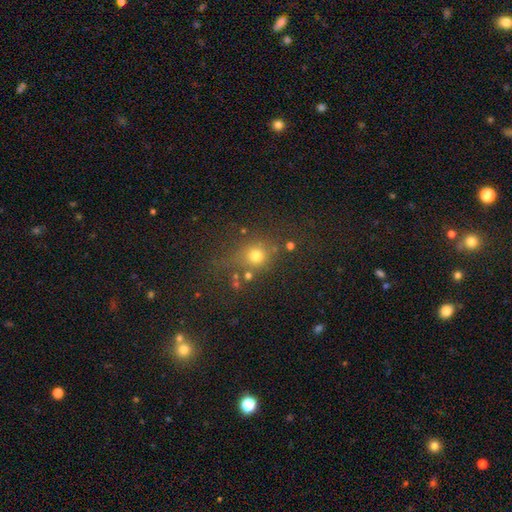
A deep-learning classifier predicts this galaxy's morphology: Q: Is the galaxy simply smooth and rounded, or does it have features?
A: smooth — 69%.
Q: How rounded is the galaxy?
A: round — 81%.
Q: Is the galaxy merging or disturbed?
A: none — 67%.